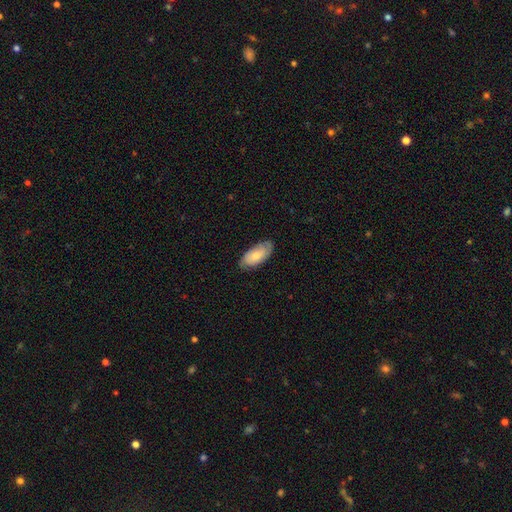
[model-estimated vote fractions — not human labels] The model was most divided on "smooth or featured": smooth: 66%, featured or disk: 28%, star or artifact: 6%. More confident: how rounded — in between (91%); merging — none (76%).